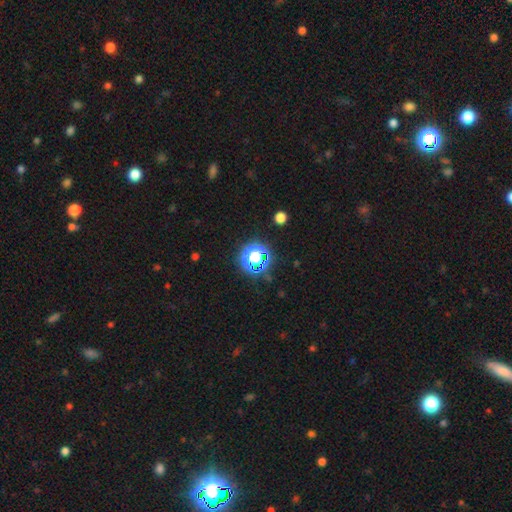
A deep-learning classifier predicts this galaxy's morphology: smooth_or_featured: star or artifact (p=0.56) [alt: smooth p=0.34]